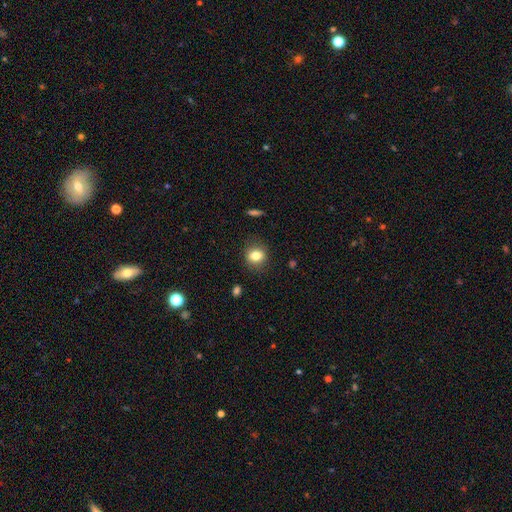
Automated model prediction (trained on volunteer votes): A smooth galaxy with no disk features (79%) that is round (64%).

Vote fractions:
- Smooth or featured? smooth: 79% / featured or disk: 11% / star or artifact: 10%
- How rounded? round: 64% / in between: 35% / cigar-shaped: 1%
- Merging? none: 85% / minor disturbance: 10% / major disturbance: 3% / merger: 1%